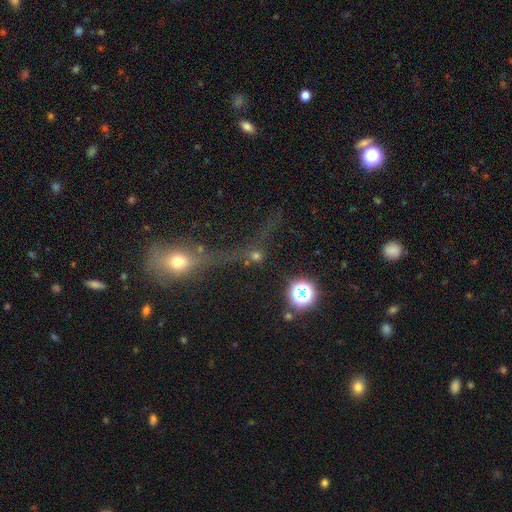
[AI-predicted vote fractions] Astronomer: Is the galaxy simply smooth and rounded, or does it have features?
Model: smooth — 44% (runner-up: star or artifact, 37%).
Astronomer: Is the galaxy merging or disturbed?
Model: none — 46% (runner-up: merger, 22%).